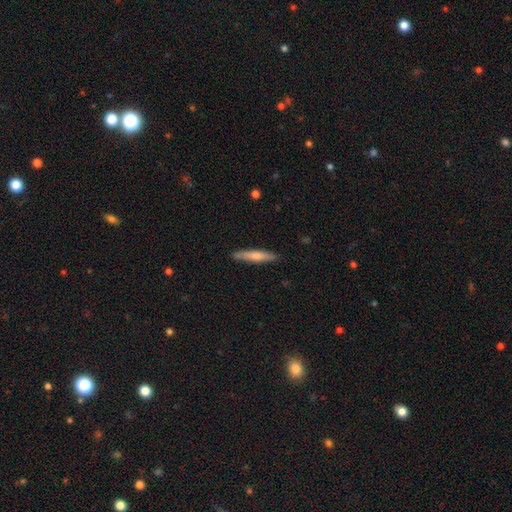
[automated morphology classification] Q: Smooth or featured?
A: smooth (65%); runner-up: featured or disk (30%)
Q: How rounded?
A: cigar-shaped (90%); runner-up: in between (9%)
Q: Merging?
A: none (88%); runner-up: minor disturbance (9%)